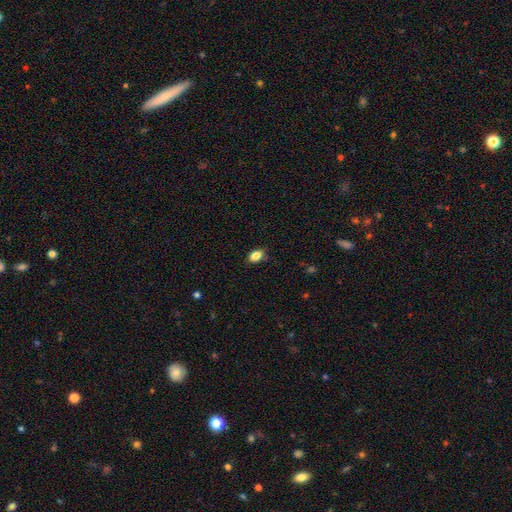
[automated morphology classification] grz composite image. It shows a smooth galaxy with no disk features (85%) that is in between round and cigar-shaped (87%). Merging: none (78%).